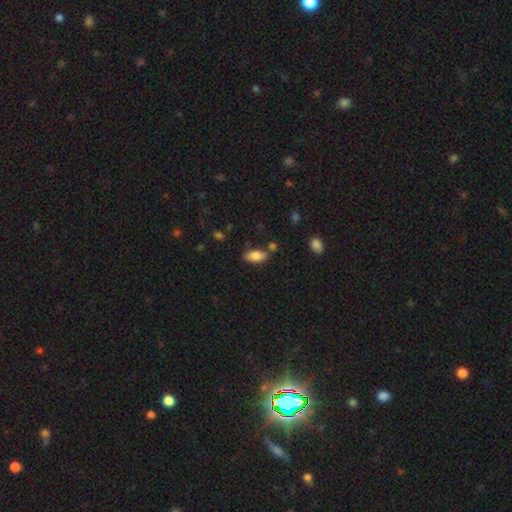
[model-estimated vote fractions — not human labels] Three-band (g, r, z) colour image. It shows a smooth galaxy with no disk features (82%) that is in between round and cigar-shaped (87%). Merging: none (77%).